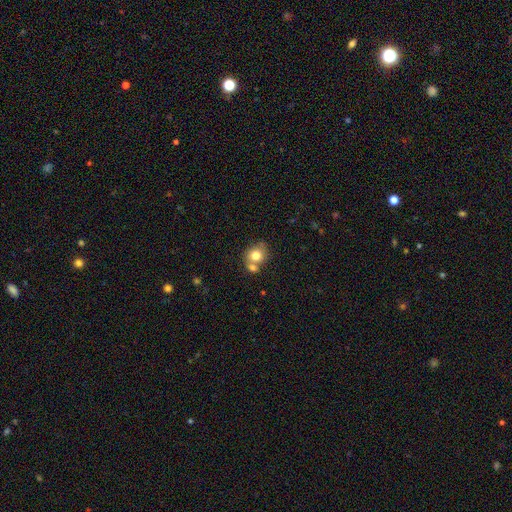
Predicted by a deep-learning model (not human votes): The model was most divided on "merging": none: 48%, merger: 38%, minor disturbance: 10%, major disturbance: 4%. More confident: smooth or featured — smooth (77%); how rounded — round (75%).